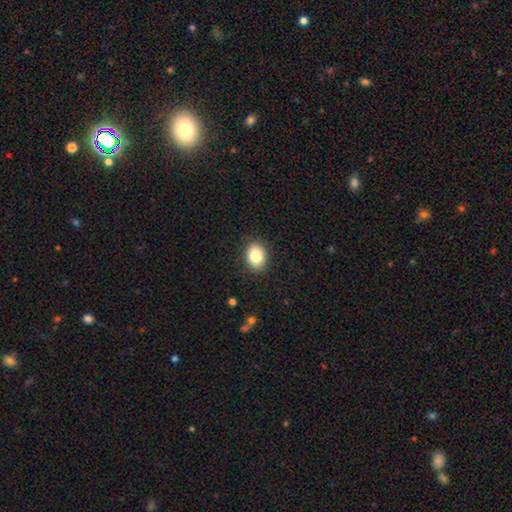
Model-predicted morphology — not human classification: type=smooth (84%); roundness=in between (60%); merging=none (88%).